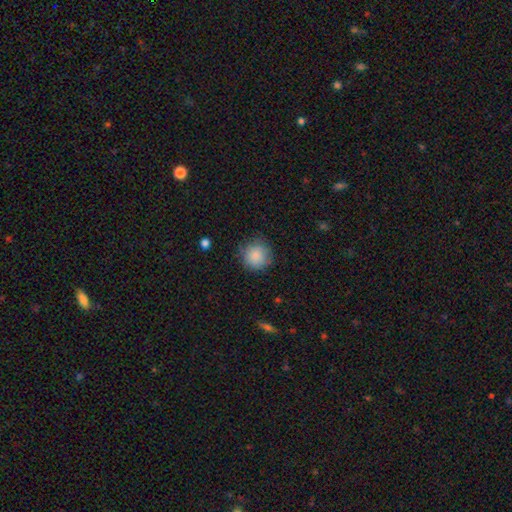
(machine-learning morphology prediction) Smooth or featured? Predicted: smooth (p=0.86). How rounded? Predicted: round (p=0.92). Merging? Predicted: none (p=0.77).